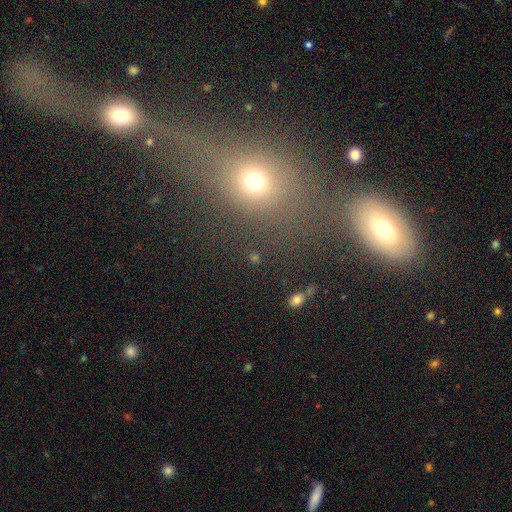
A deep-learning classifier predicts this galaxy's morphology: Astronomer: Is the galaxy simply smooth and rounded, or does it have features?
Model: smooth — 56%.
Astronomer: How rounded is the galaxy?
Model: round — 57% (runner-up: in between, 39%).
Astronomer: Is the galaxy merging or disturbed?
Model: none — 55%.